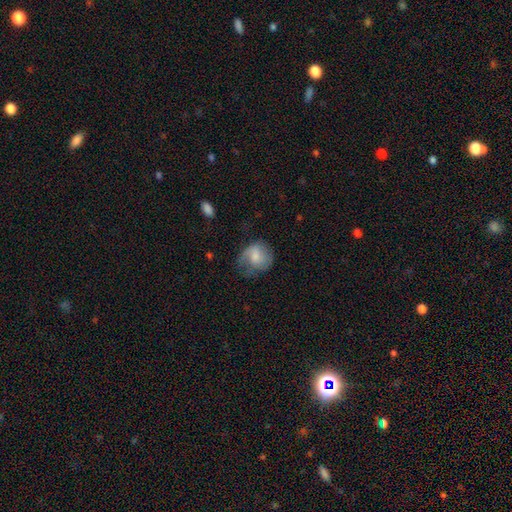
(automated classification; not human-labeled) Smooth or featured? Predicted: smooth (p=0.60). How rounded? Predicted: round (p=0.68). Merging? Predicted: none (p=0.45).